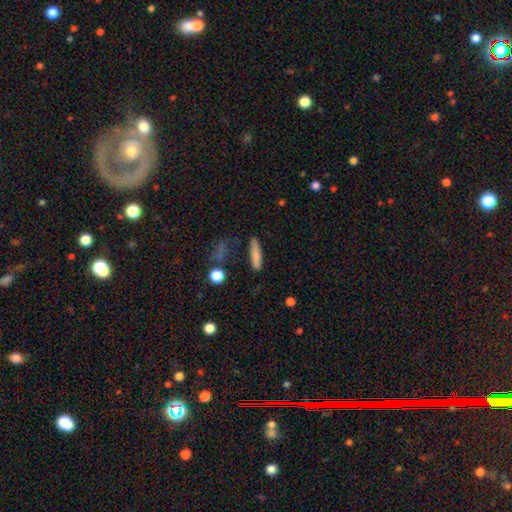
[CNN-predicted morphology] type=smooth (79%); roundness=cigar-shaped (77%); merging=none (76%).